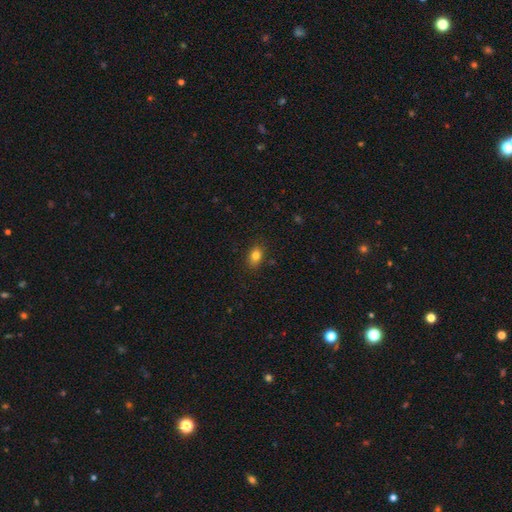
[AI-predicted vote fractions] smooth-or-featured: smooth: 81% | star or artifact: 11% | featured or disk: 8%
  how-rounded: in between: 73% | round: 26% | cigar-shaped: 1%
  merging: none: 86% | minor disturbance: 11% | major disturbance: 2% | merger: 1%